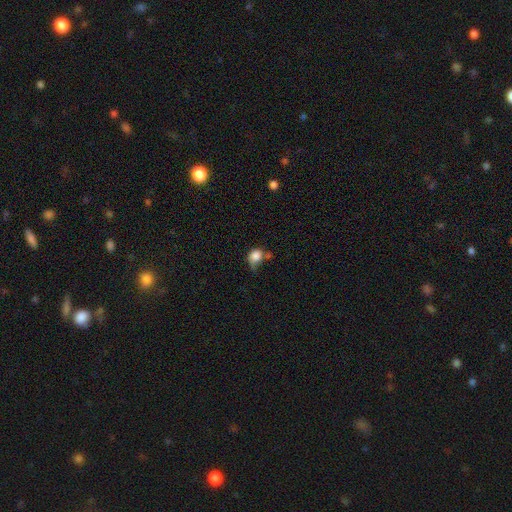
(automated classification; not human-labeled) smooth_or_featured: smooth (p=0.81) [alt: featured or disk p=0.10]
how_rounded: round (p=0.67) [alt: in between p=0.32]
merging: none (p=0.33) [alt: minor disturbance p=0.31]